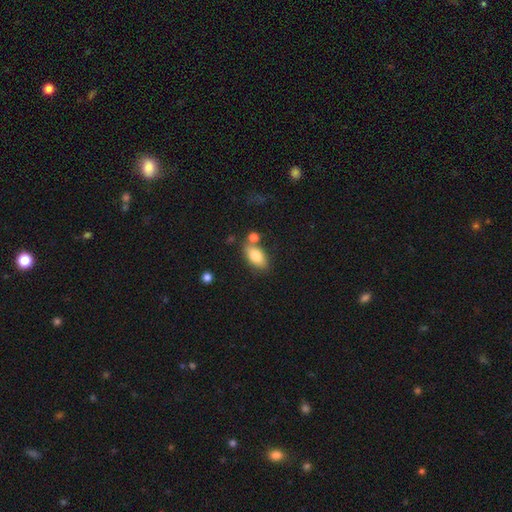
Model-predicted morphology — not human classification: Q: Smooth or featured?
A: smooth (79%); runner-up: featured or disk (14%)
Q: How rounded?
A: in between (90%); runner-up: round (5%)
Q: Merging?
A: none (68%); runner-up: merger (16%)